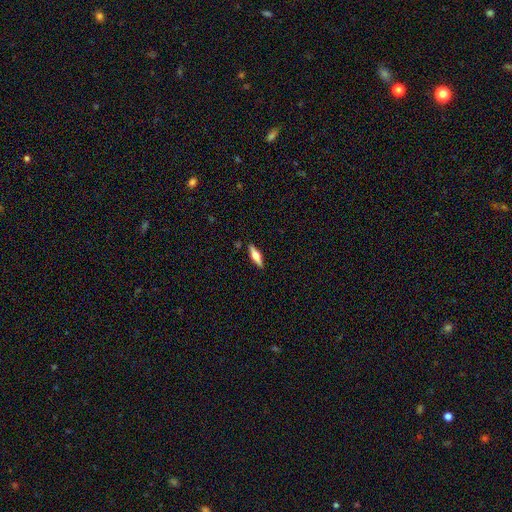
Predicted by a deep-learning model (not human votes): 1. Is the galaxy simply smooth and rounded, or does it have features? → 50% featured or disk, 44% smooth, 6% star or artifact.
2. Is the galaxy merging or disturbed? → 89% none, 8% minor disturbance, 2% major disturbance, 1% merger.